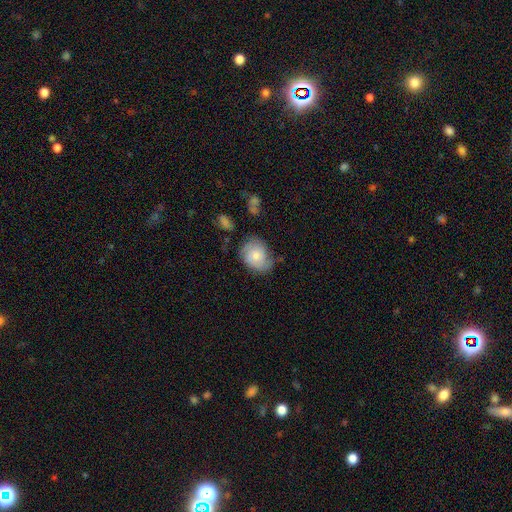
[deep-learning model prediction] smooth-or-featured: smooth: 64% | featured or disk: 28% | star or artifact: 7%
  how-rounded: in between: 50% | round: 49% | cigar-shaped: 1%
  merging: none: 56% | minor disturbance: 31% | major disturbance: 10% | merger: 3%